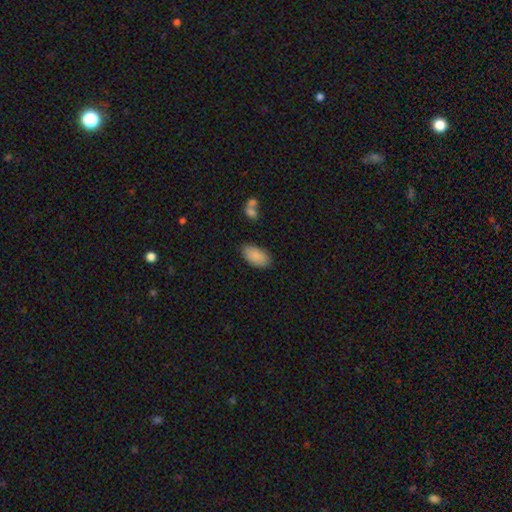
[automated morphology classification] Q: Smooth or featured?
A: smooth (88%); runner-up: star or artifact (6%)
Q: How rounded?
A: in between (95%); runner-up: round (3%)
Q: Merging?
A: none (82%); runner-up: minor disturbance (13%)